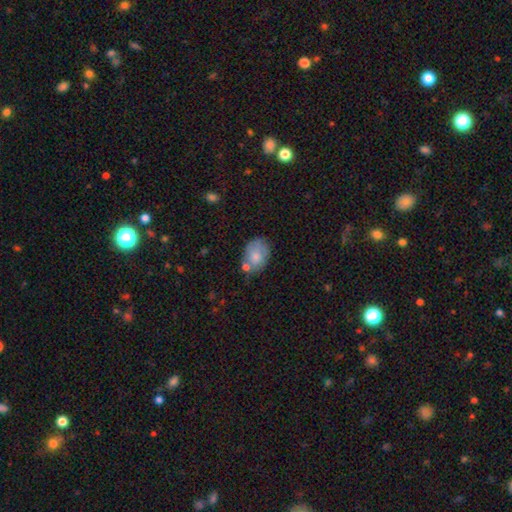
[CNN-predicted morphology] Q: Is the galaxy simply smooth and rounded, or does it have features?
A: smooth — 75%.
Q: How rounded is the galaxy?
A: in between — 76%.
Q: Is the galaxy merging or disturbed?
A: none — 51%.